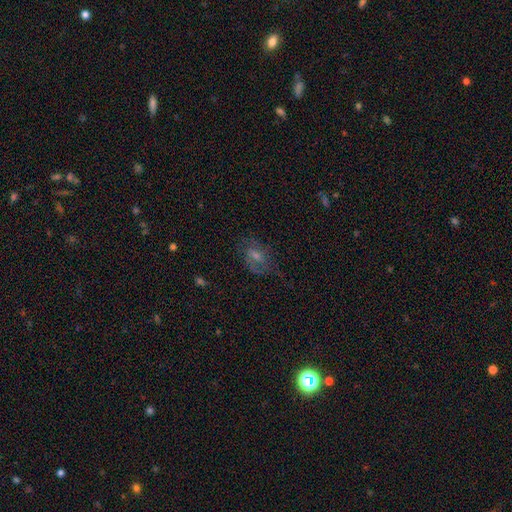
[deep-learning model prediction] smooth-or-featured: featured or disk: 56% | smooth: 24% | star or artifact: 21%
  disk-edge-on: no: 95% | yes: 5%
    bar: weak: 45% | no: 42% | strong: 12%
    has-spiral-arms: yes: 81% | no: 19%
    bulge-size: moderate: 43% | small: 39% | none: 10% | large: 7% | dominant: 2%
  merging: none: 68% | minor disturbance: 17% | major disturbance: 13% | merger: 2%